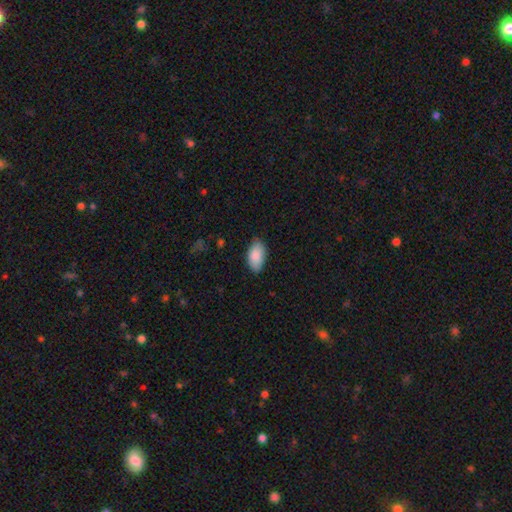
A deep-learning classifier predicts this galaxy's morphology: A smooth galaxy with no disk features (88%) that is in between round and cigar-shaped (95%). Merging: none (81%).